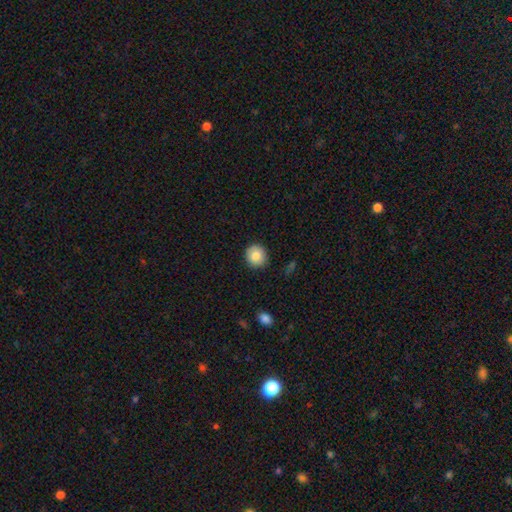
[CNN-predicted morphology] Smooth or featured? Predicted: smooth (p=0.83). How rounded? Predicted: round (p=0.89). Merging? Predicted: none (p=0.89).